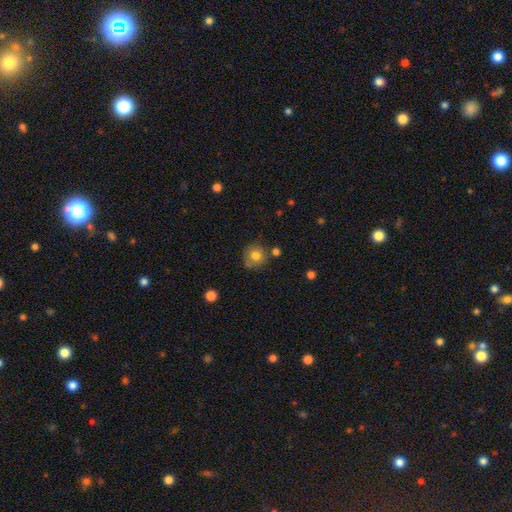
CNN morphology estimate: type=smooth (76%); roundness=round (90%); merging=none (71%).